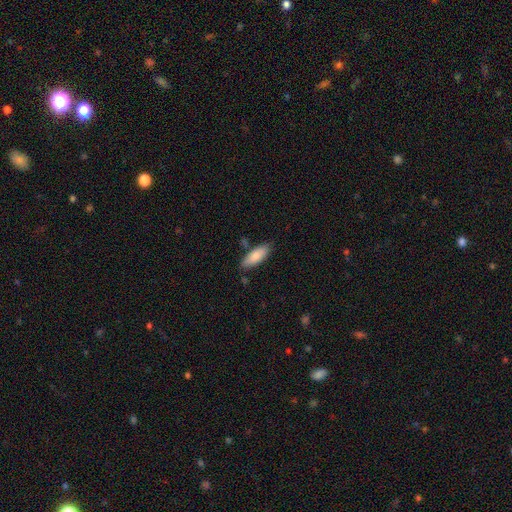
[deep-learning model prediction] smooth 82%, featured or disk 12%, star or artifact 6%. Down the decision tree: how rounded — in between (71%); merging — none (78%).